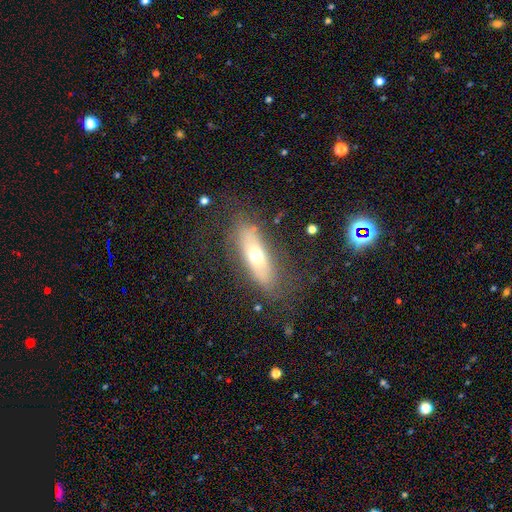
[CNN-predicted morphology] The model was most divided on "how rounded": in between: 51%, cigar-shaped: 46%, round: 3%. More confident: merging — none (74%); smooth or featured — smooth (51%).